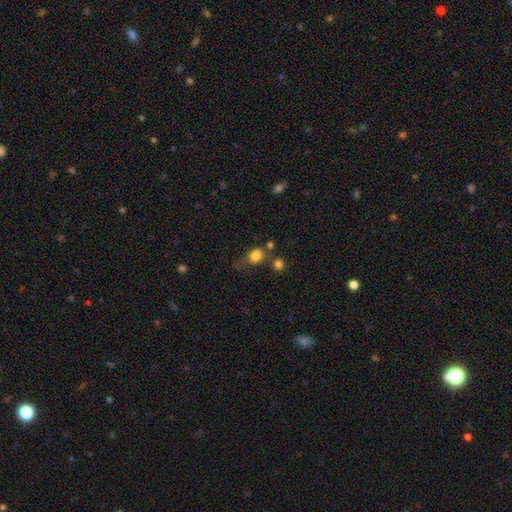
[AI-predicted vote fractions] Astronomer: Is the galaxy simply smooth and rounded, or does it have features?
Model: smooth — 81%.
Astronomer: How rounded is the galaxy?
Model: round — 64%.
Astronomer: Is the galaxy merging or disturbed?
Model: none — 47% (runner-up: minor disturbance, 23%).